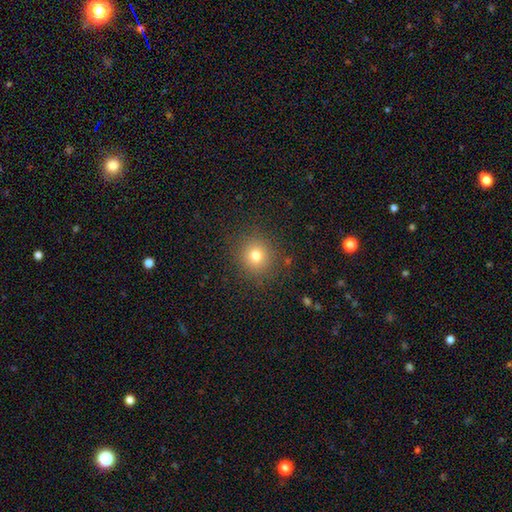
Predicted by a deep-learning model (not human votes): This appears to be a smooth galaxy with no disk features (78%) that is round (90%). Merging: none (89%).